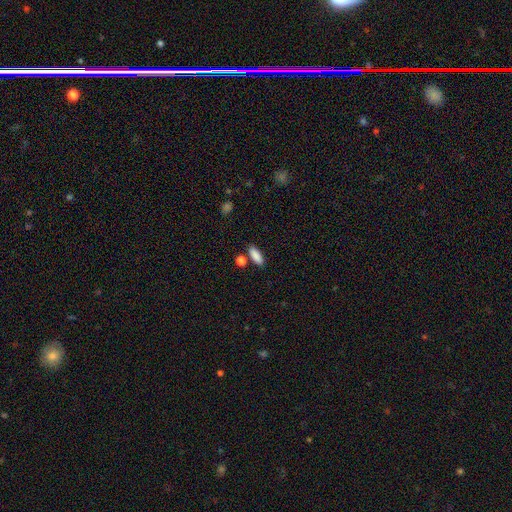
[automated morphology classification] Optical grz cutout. It shows a smooth galaxy with no disk features (88%) that is in between round and cigar-shaped (76%). Merging: none (80%).